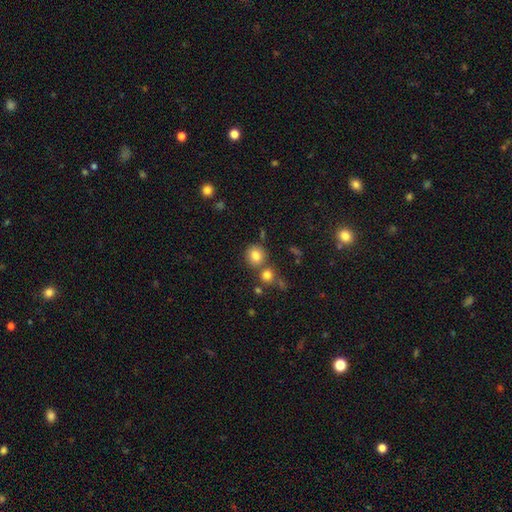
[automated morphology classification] Smooth or featured? smooth (80%)
How rounded? round (85%)
Merging? none (69%)